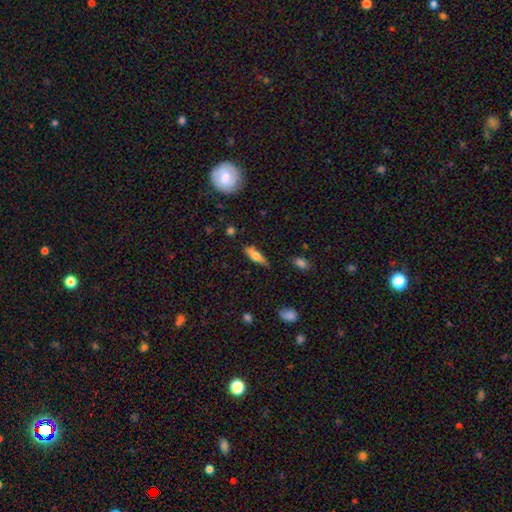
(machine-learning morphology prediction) A smooth galaxy with no disk features (61%) that is in between round and cigar-shaped (52%).

Vote fractions:
- Smooth or featured? smooth: 61% / featured or disk: 32% / star or artifact: 7%
- How rounded? in between: 52% / cigar-shaped: 46% / round: 3%
- Merging? none: 71% / minor disturbance: 21% / major disturbance: 5% / merger: 3%